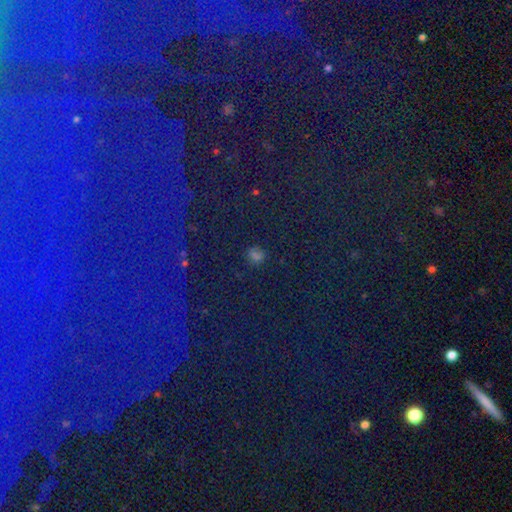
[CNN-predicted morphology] Smooth or featured?
  - smooth: 50% *
  - star or artifact: 43%
  - featured or disk: 7%
How rounded?
  - round: 75% *
  - in between: 22%
  - cigar-shaped: 2%
Merging?
  - none: 81% *
  - minor disturbance: 11%
  - major disturbance: 5%
  - merger: 4%